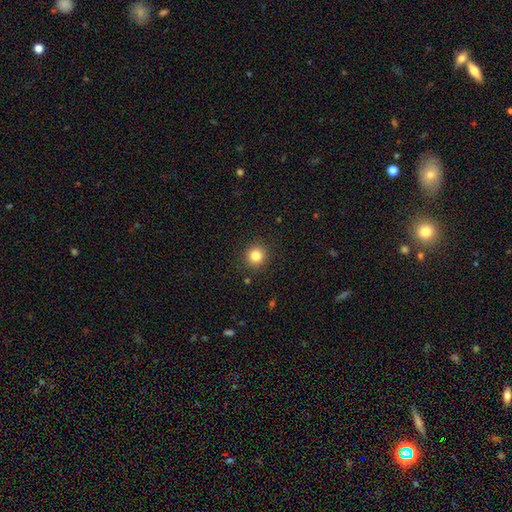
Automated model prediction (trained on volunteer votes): The model was most divided on "smooth or featured": smooth: 83%, star or artifact: 11%, featured or disk: 5%. More confident: how rounded — round (93%); merging — none (90%).